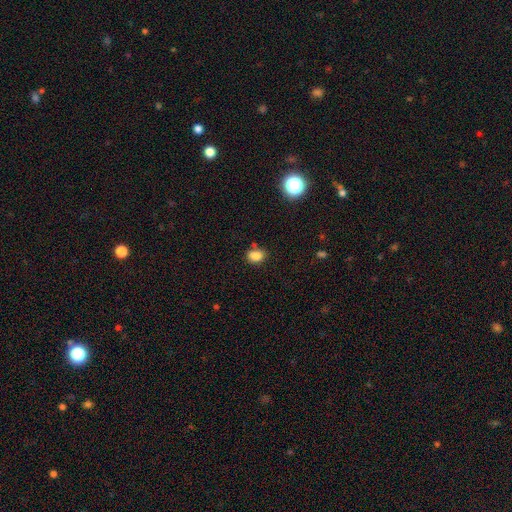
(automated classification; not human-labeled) Q: Smooth or featured?
A: smooth (82%); runner-up: star or artifact (12%)
Q: How rounded?
A: in between (66%); runner-up: round (33%)
Q: Merging?
A: none (64%); runner-up: minor disturbance (19%)